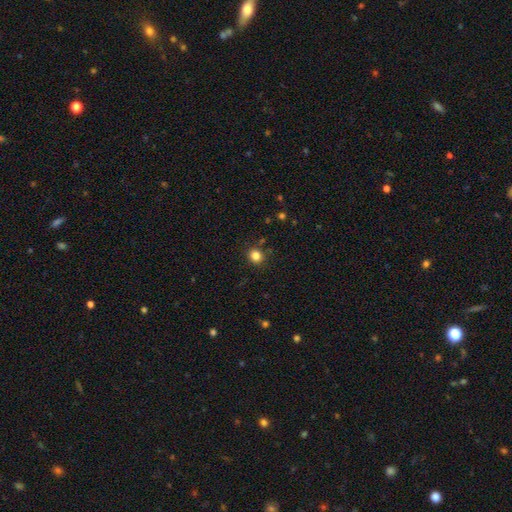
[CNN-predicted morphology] Smooth or featured?
  - smooth: 83% *
  - star or artifact: 12%
  - featured or disk: 5%
How rounded?
  - round: 87% *
  - in between: 13%
  - cigar-shaped: 1%
Merging?
  - none: 87% *
  - minor disturbance: 8%
  - merger: 3%
  - major disturbance: 2%